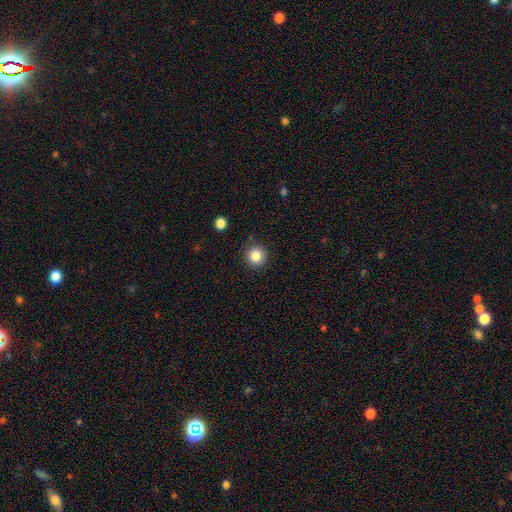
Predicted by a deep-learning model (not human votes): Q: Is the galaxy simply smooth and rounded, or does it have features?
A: smooth — 85%.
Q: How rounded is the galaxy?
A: round — 92%.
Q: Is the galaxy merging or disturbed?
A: none — 89%.